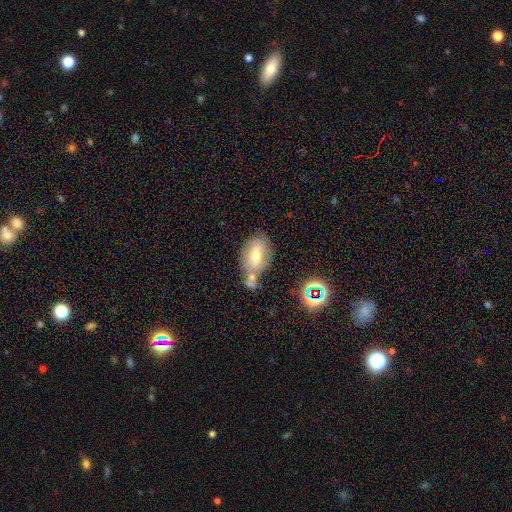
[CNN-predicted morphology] Smooth or featured? smooth (57%)
How rounded? in between (84%)
Merging? none (50%)